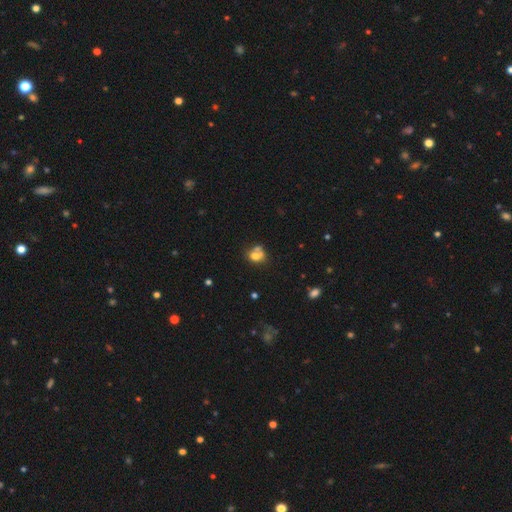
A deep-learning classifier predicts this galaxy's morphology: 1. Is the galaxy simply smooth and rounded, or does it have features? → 64% smooth, 22% featured or disk, 13% star or artifact.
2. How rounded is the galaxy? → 61% round, 38% in between, 1% cigar-shaped.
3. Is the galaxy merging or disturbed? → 45% merger, 34% none, 13% minor disturbance, 8% major disturbance.